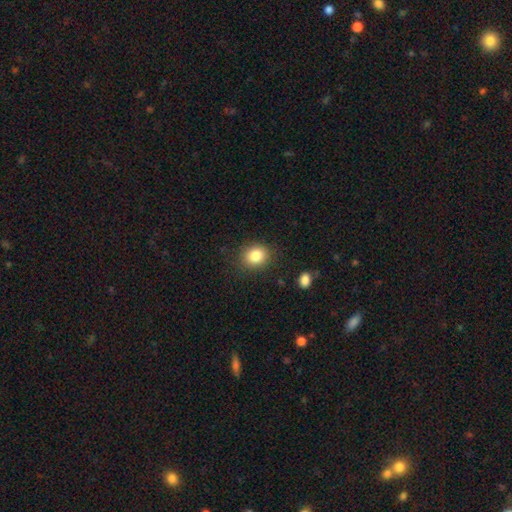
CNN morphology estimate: Overall: smooth (84%). How rounded: round (66%; in between 33%). Merging: none (85%).